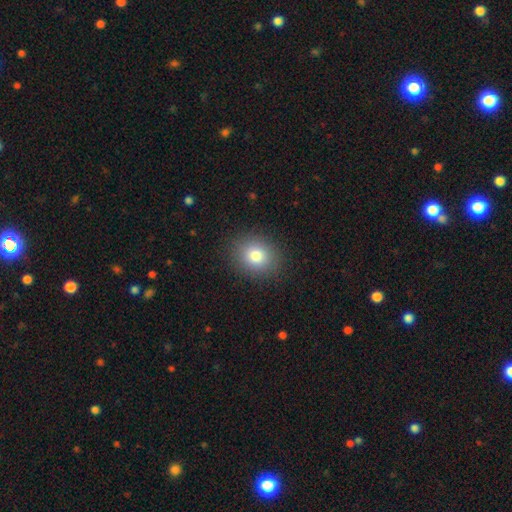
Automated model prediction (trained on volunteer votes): Smooth or featured? smooth (81%)
How rounded? round (67%)
Merging? none (89%)